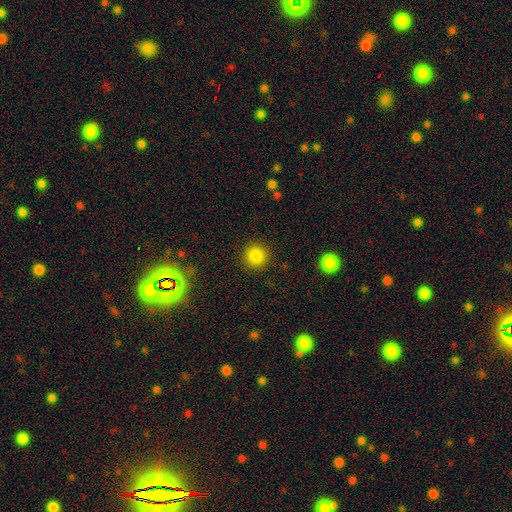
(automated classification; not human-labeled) Overall: smooth (84%). How rounded: round (93%). Merging: none (90%).